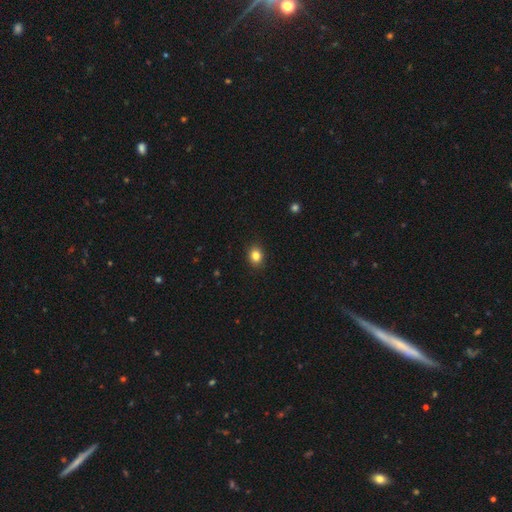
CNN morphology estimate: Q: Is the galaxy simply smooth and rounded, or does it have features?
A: smooth — 84%.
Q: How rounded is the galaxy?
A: round — 60%.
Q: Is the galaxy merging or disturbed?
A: none — 90%.